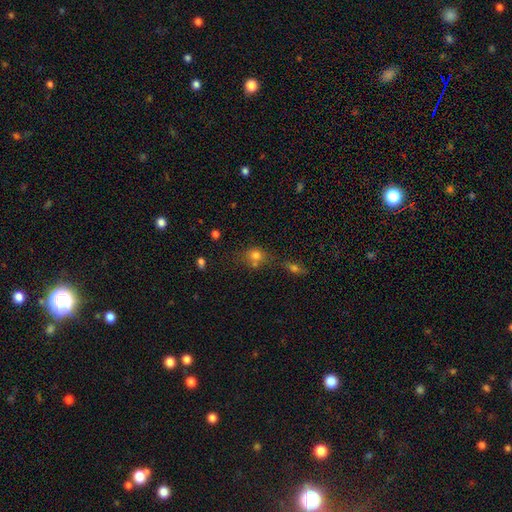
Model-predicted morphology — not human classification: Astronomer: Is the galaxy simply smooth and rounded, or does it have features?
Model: smooth — 74%.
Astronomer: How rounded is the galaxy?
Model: round — 67%.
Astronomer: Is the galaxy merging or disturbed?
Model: none — 45% (runner-up: merger, 34%).